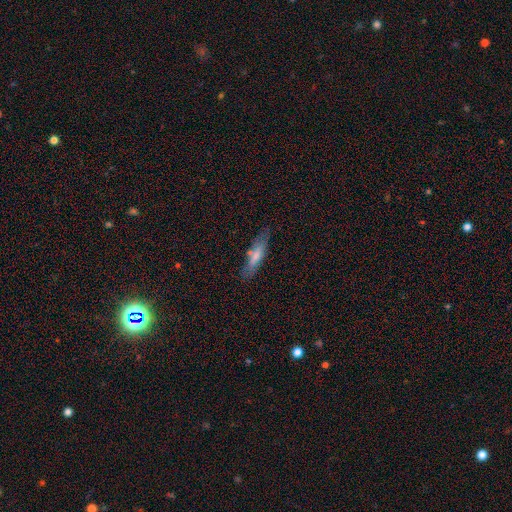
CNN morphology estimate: A smooth galaxy with no disk features (69%) that is cigar-shaped (70%).

Vote fractions:
- Smooth or featured? smooth: 69% / featured or disk: 24% / star or artifact: 7%
- How rounded? cigar-shaped: 70% / in between: 29% / round: 2%
- Merging? none: 76% / minor disturbance: 17% / major disturbance: 4% / merger: 4%